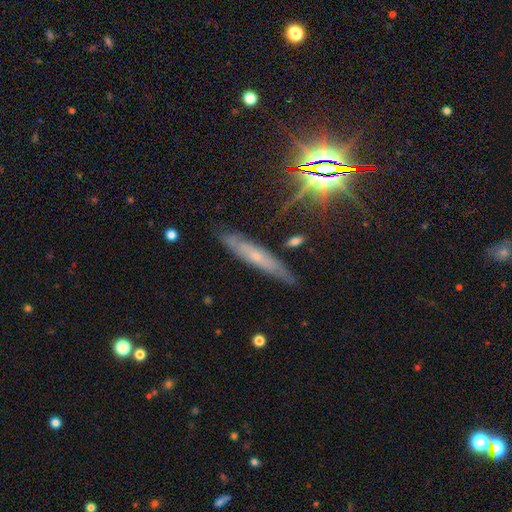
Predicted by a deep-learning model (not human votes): Morphology: type=featured or disk (52%); edge-on=yes (67%); merging=none (78%).